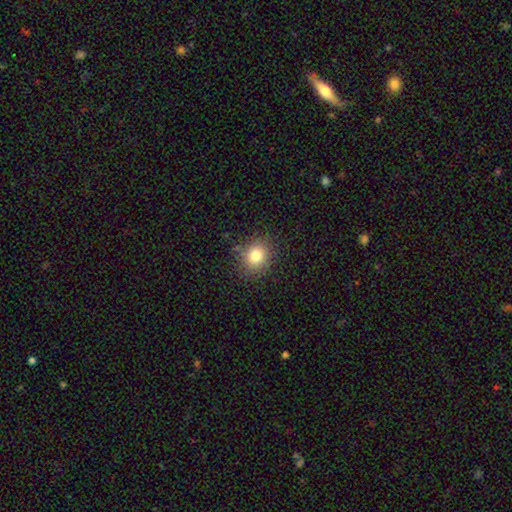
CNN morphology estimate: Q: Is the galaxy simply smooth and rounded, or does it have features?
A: smooth — 79%.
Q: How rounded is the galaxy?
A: round — 69%.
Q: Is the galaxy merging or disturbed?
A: none — 83%.